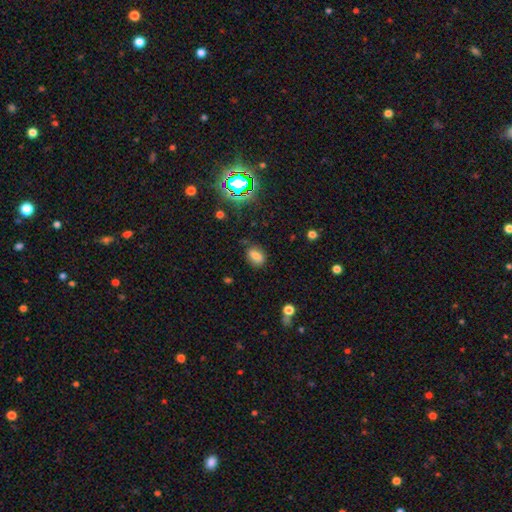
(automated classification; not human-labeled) smooth-or-featured: smooth: 75% | star or artifact: 16% | featured or disk: 9%
  how-rounded: in between: 76% | round: 22% | cigar-shaped: 2%
  merging: none: 76% | minor disturbance: 18% | major disturbance: 4% | merger: 2%